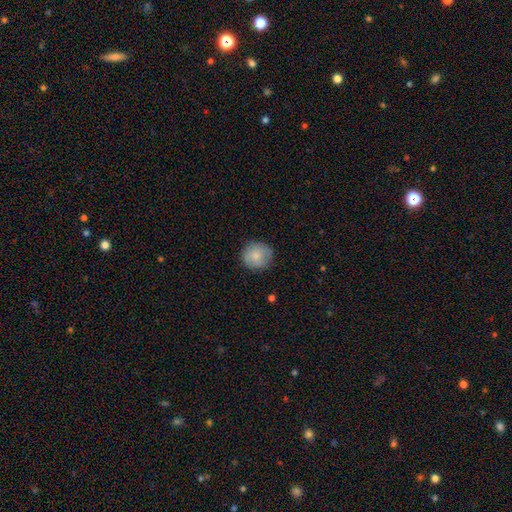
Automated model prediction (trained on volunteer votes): Smooth or featured? smooth (81%)
How rounded? round (91%)
Merging? none (83%)